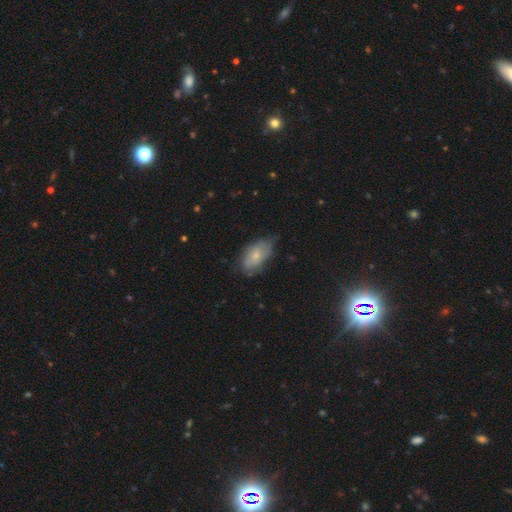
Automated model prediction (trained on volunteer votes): Smooth or featured? Predicted: smooth (p=0.64). How rounded? Predicted: in between (p=0.92). Merging? Predicted: none (p=0.52).